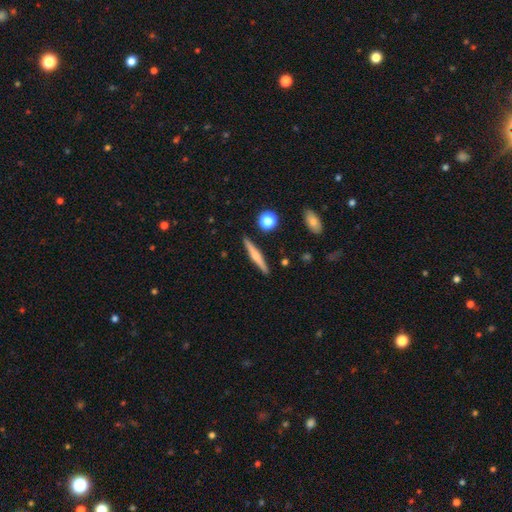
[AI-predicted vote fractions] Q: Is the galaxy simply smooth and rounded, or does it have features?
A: featured or disk — 52%.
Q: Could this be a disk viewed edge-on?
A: yes — 97%.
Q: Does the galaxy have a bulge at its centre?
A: rounded — 73%.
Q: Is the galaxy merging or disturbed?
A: none — 90%.